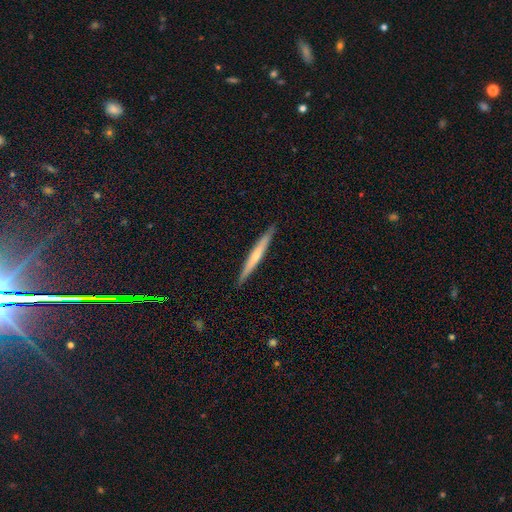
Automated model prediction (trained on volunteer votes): smooth_or_featured: featured or disk (p=0.50) [alt: smooth p=0.44]
disk_edge_on: yes (p=0.97) [alt: no p=0.03]
merging: none (p=0.91) [alt: minor disturbance p=0.07]